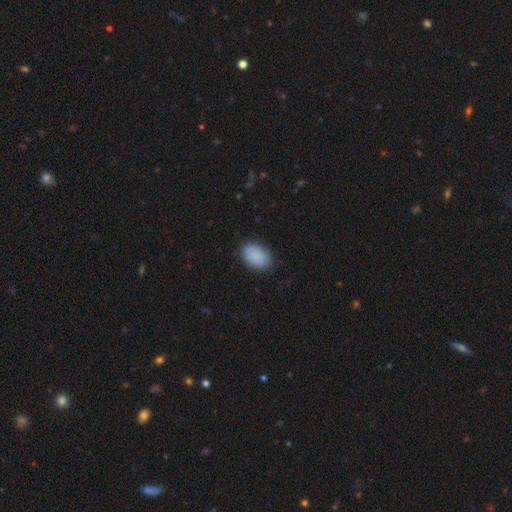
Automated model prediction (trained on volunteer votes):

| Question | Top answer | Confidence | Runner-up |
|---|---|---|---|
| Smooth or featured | smooth | 89% | star or artifact (7%) |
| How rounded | in between | 82% | round (17%) |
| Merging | none | 84% | minor disturbance (12%) |